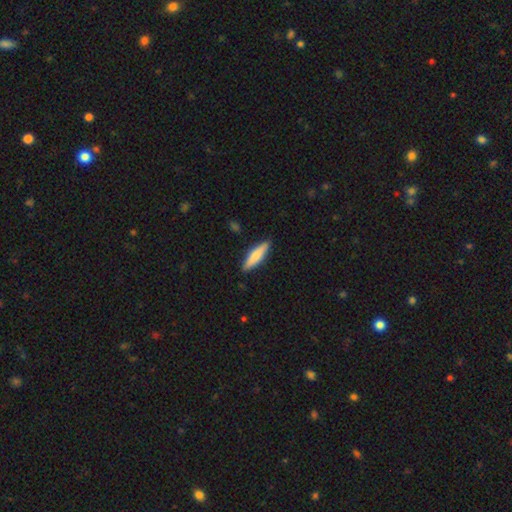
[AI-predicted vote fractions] A smooth galaxy with no disk features (71%) that is cigar-shaped (72%). Merging: none (88%).